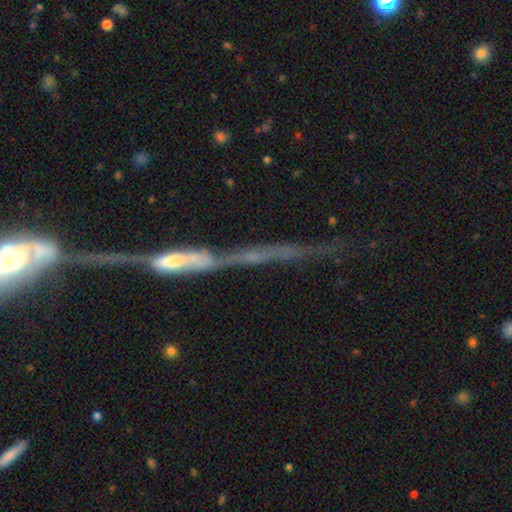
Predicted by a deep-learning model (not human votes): featured or disk 71%, smooth 17%, star or artifact 11%. Down the decision tree: edge-on disk — yes (75%); edge-on bulge — rounded (44%); merging — merger (32%, tied with none).